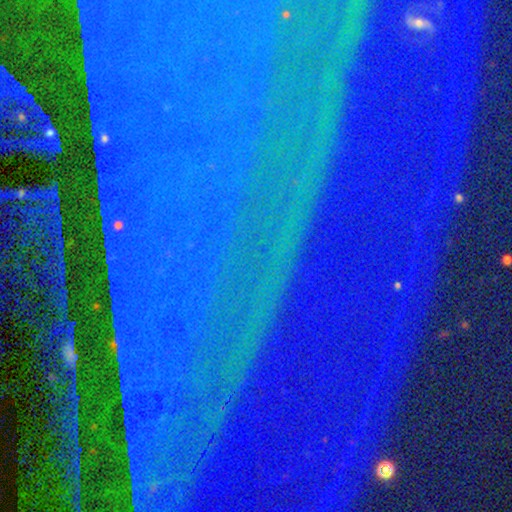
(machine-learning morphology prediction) A star or artifact, not a galaxy (88%).

Vote fractions:
- Smooth or featured? star or artifact: 88% / featured or disk: 7% / smooth: 6%